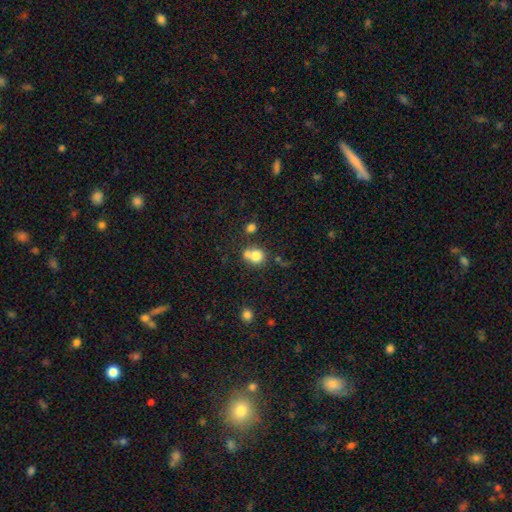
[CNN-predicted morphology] Smooth or featured? smooth (77%)
How rounded? round (80%)
Merging? none (44%)